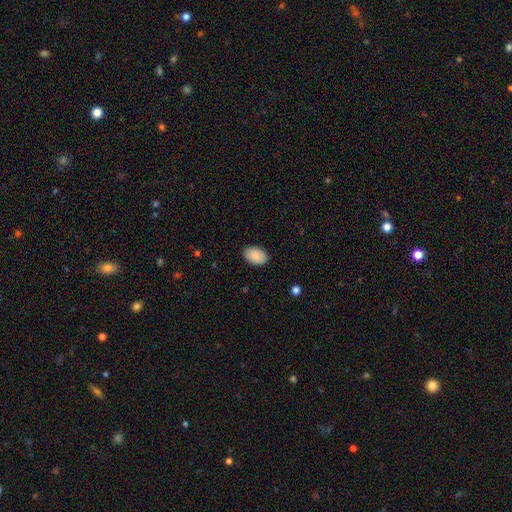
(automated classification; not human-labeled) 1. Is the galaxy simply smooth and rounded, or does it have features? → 89% smooth, 7% star or artifact, 4% featured or disk.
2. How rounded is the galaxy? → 90% in between, 9% round, 1% cigar-shaped.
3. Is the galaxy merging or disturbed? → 89% none, 9% minor disturbance, 2% major disturbance, 1% merger.